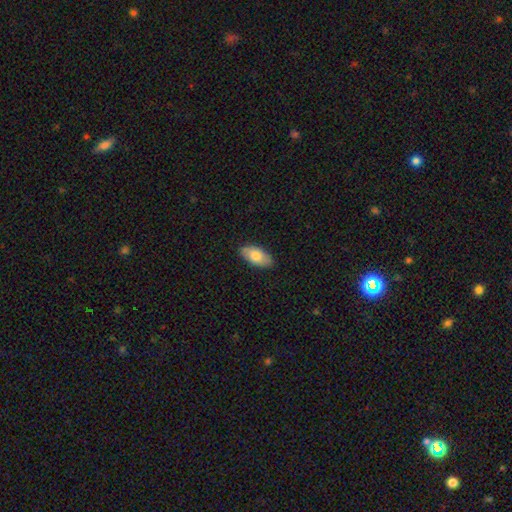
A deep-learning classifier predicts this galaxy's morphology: Smooth or featured?
  - smooth: 77% *
  - featured or disk: 17%
  - star or artifact: 6%
How rounded?
  - in between: 93% *
  - cigar-shaped: 5%
  - round: 3%
Merging?
  - none: 88% *
  - minor disturbance: 10%
  - major disturbance: 2%
  - merger: 1%